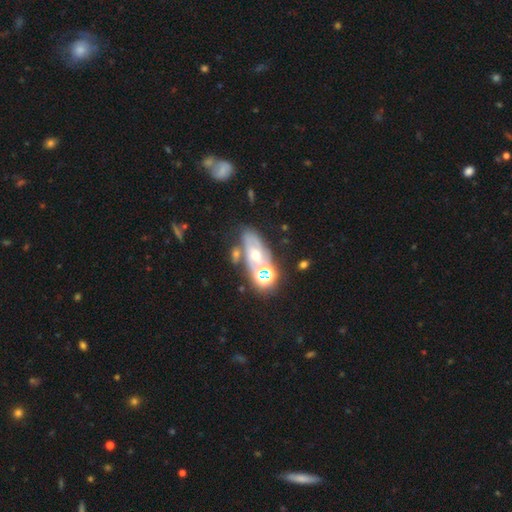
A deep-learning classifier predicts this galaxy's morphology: smooth_or_featured: featured or disk (p=0.47) [alt: smooth p=0.27]
merging: none (p=0.53) [alt: merger p=0.20]